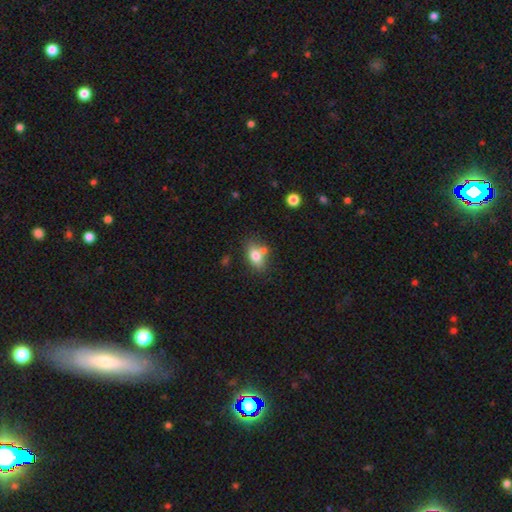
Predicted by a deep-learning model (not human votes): Overall: smooth (75%). How rounded: in between (79%). Merging: none (55%; merger 22%).